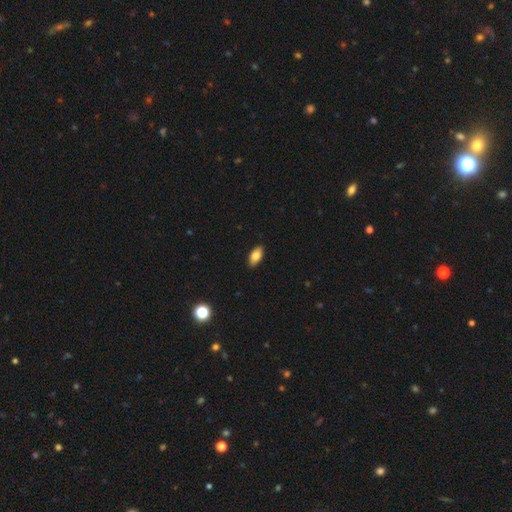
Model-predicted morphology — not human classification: Smooth or featured?
  - smooth: 82% *
  - featured or disk: 11%
  - star or artifact: 7%
How rounded?
  - in between: 91% *
  - cigar-shaped: 6%
  - round: 3%
Merging?
  - none: 89% *
  - minor disturbance: 8%
  - major disturbance: 2%
  - merger: 1%